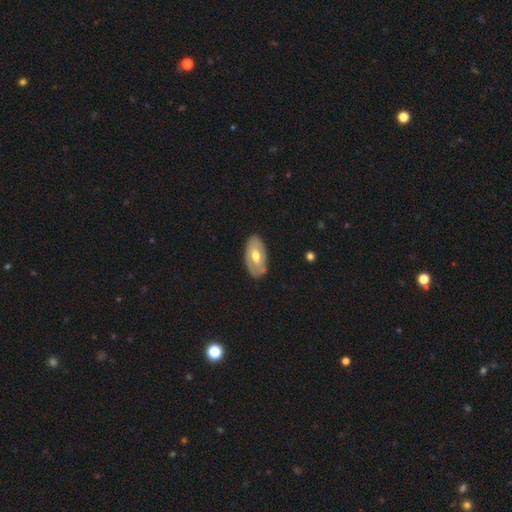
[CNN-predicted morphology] Overall: featured or disk (51%; smooth 44%). Edge-on disk: no (87%). Merging: none (81%).